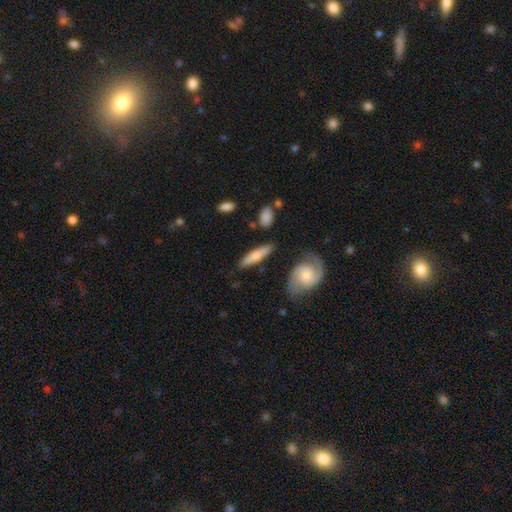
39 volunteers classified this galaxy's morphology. type=smooth (67%); roundness=cigar-shaped (88%); merging=none (75%).